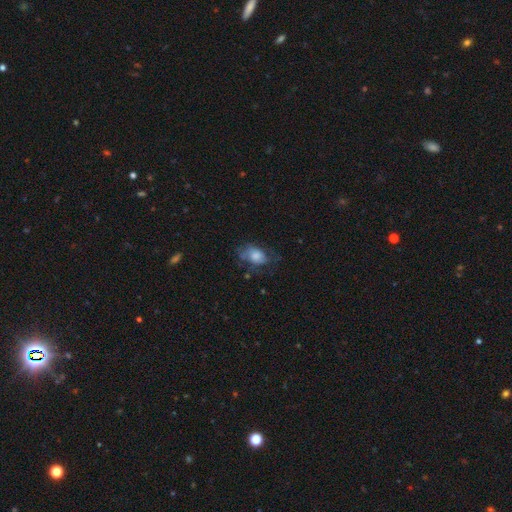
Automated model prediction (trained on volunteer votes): A smooth galaxy with no disk features (60%) that is in between round and cigar-shaped (81%).

Vote fractions:
- Smooth or featured? smooth: 60% / featured or disk: 31% / star or artifact: 9%
- How rounded? in between: 81% / round: 17% / cigar-shaped: 2%
- Merging? none: 44% / minor disturbance: 28% / major disturbance: 25% / merger: 2%